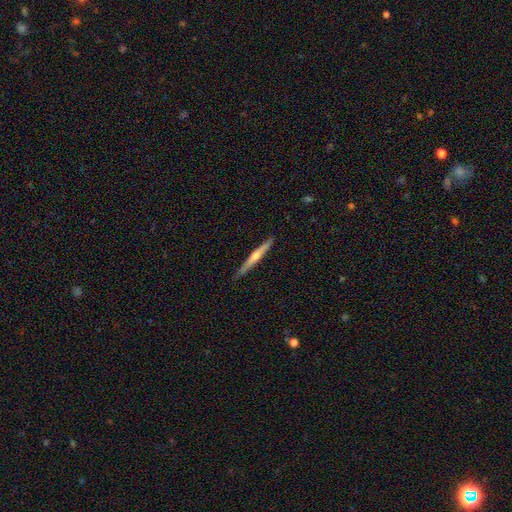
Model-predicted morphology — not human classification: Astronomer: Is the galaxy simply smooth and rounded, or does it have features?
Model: featured or disk — 62%.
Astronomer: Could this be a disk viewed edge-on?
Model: yes — 97%.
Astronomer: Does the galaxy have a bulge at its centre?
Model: rounded — 74%.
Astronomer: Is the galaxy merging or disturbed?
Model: none — 88%.